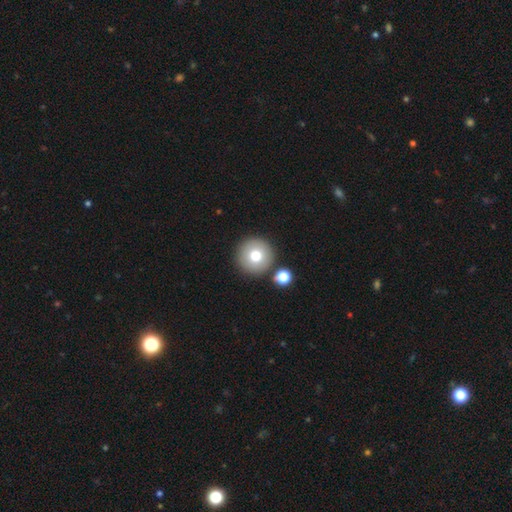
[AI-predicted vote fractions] Overall: smooth (74%). How rounded: round (96%). Merging: none (84%).